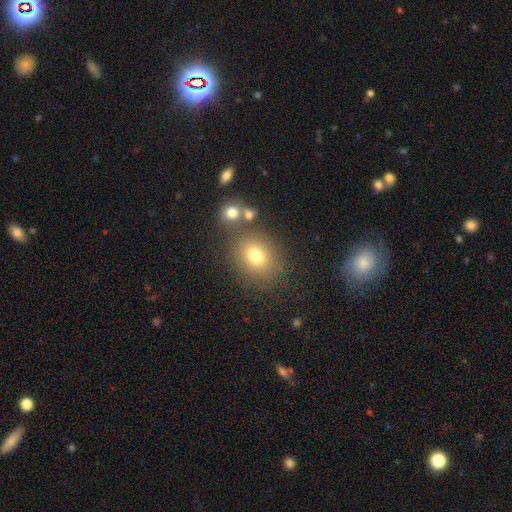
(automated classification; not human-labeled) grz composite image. It shows a smooth galaxy with no disk features (75%) that is round (56%). Merging: none (71%).